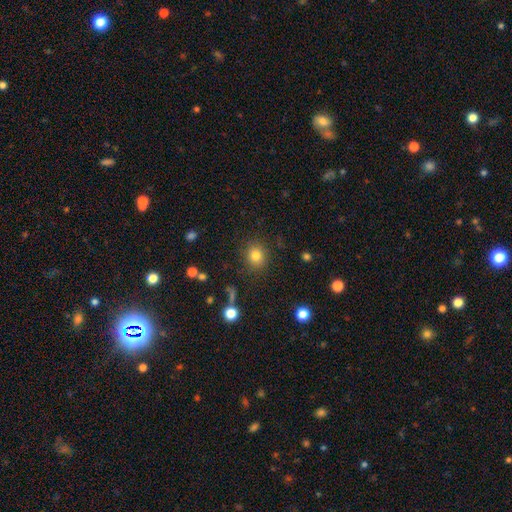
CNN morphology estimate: Overall: smooth (81%). How rounded: round (80%). Merging: none (86%).